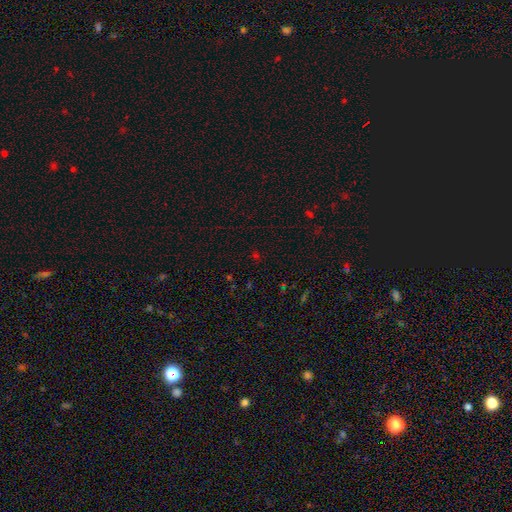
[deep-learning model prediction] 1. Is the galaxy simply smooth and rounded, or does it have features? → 61% star or artifact, 32% smooth, 7% featured or disk.